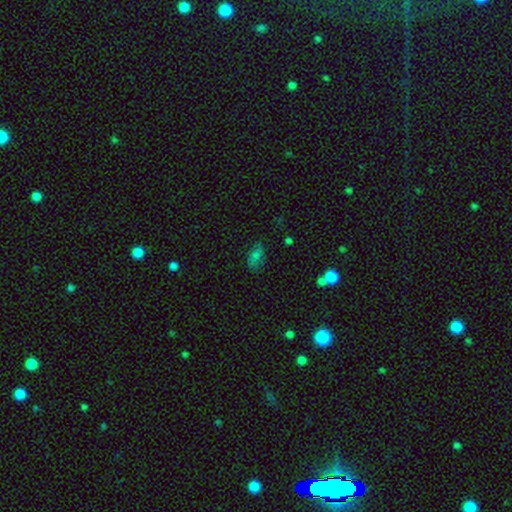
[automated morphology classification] Q: Smooth or featured?
A: smooth (61%); runner-up: featured or disk (21%)
Q: How rounded?
A: in between (85%); runner-up: round (10%)
Q: Merging?
A: none (70%); runner-up: minor disturbance (21%)